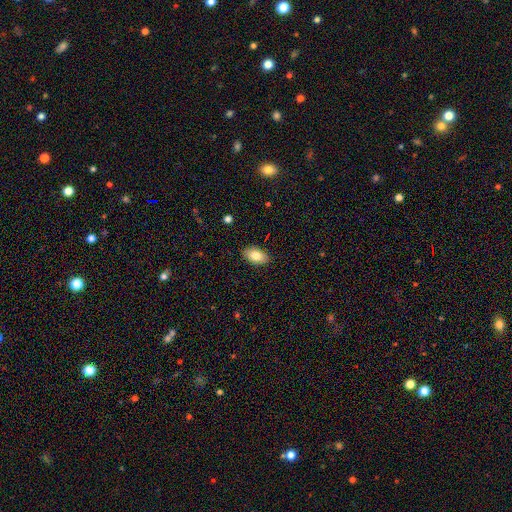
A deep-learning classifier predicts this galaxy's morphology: Q: Smooth or featured?
A: smooth (82%); runner-up: featured or disk (11%)
Q: How rounded?
A: in between (93%); runner-up: round (5%)
Q: Merging?
A: none (88%); runner-up: minor disturbance (9%)